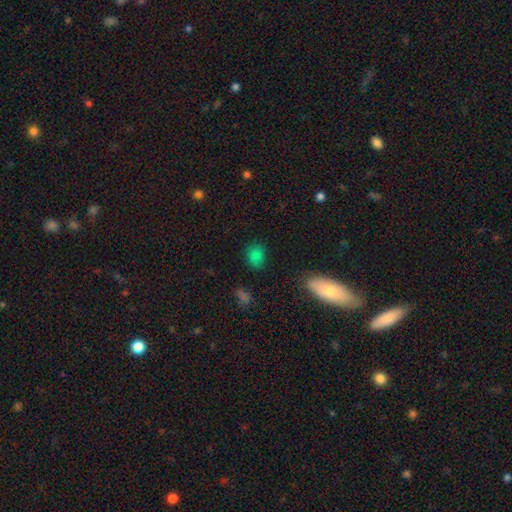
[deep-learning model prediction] smooth_or_featured: smooth (p=0.78) [alt: star or artifact p=0.17]
how_rounded: in between (p=0.51) [alt: round p=0.47]
merging: none (p=0.80) [alt: minor disturbance p=0.13]